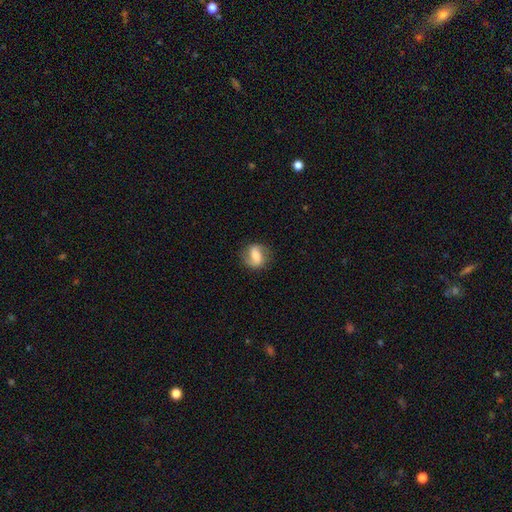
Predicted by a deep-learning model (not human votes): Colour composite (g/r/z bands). It shows a smooth galaxy with no disk features (47%). Merging: none (79%).